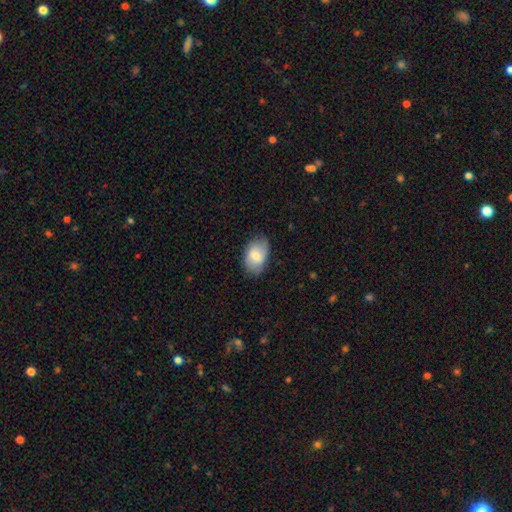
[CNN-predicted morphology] smooth 69%, featured or disk 24%, star or artifact 7%. Down the decision tree: how rounded — in between (90%); merging — none (79%).